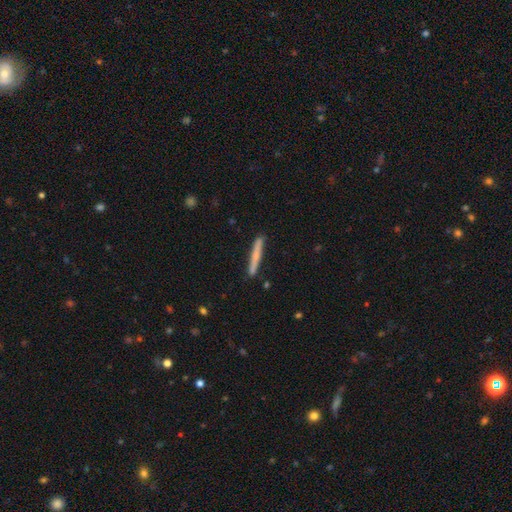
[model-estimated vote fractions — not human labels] The model was most divided on "smooth or featured": smooth: 62%, featured or disk: 32%, star or artifact: 6%. More confident: how rounded — cigar-shaped (96%); merging — none (87%).